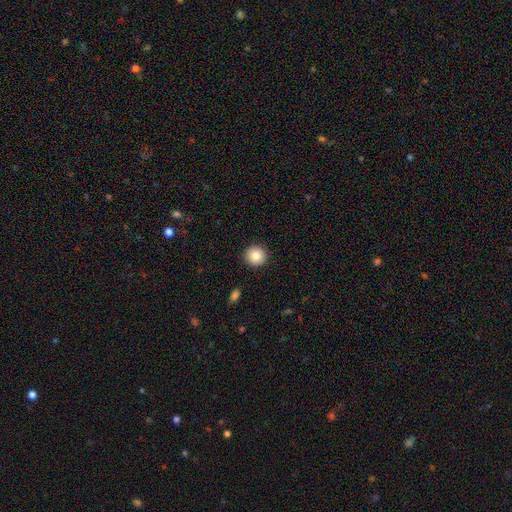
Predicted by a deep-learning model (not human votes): Smooth or featured: smooth — 85% (star or artifact — 8%)
How rounded: round — 94% (in between — 5%)
Merging: none — 92% (minor disturbance — 5%)